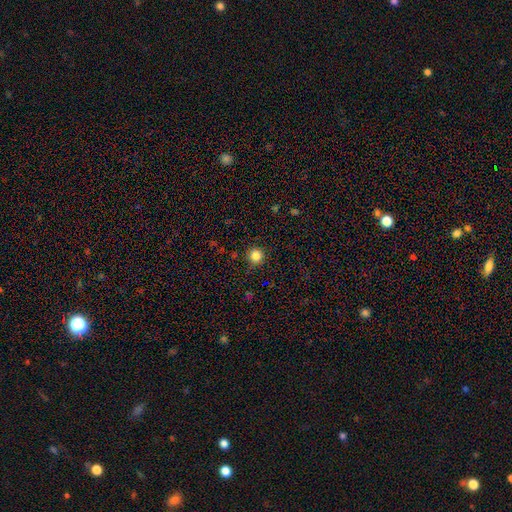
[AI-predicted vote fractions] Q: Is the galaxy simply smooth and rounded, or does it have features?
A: smooth — 84%.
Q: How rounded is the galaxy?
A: round — 94%.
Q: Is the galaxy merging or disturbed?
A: none — 88%.